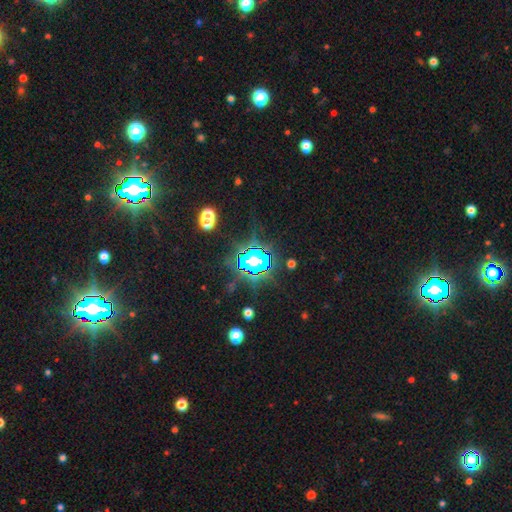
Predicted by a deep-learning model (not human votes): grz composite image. It shows a star or artifact, not a galaxy (66%).